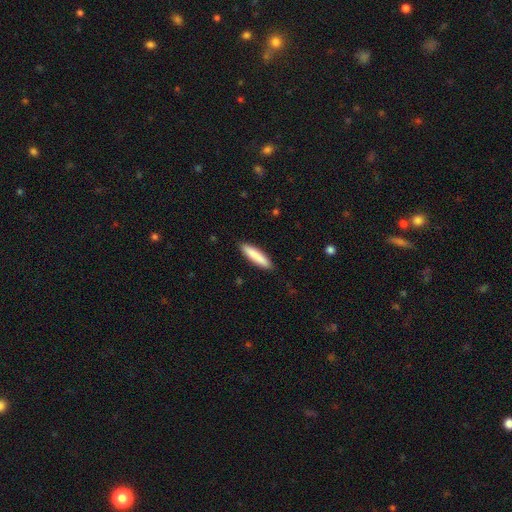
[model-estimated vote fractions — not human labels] This is clearly a smooth galaxy (86%). How rounded: clearly cigar-shaped (83%). Merging: clearly none (90%).